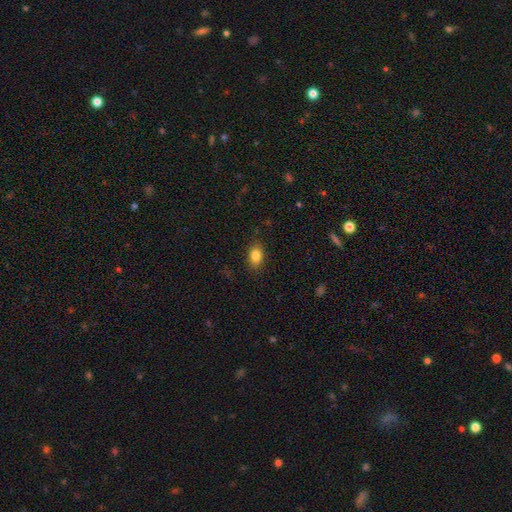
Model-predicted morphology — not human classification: This is clearly a smooth galaxy (84%). How rounded: clearly in between (84%). Merging: clearly none (86%).